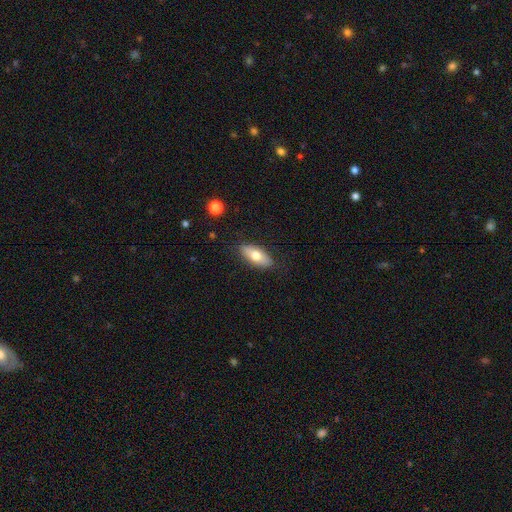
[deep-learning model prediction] A smooth galaxy with no disk features (68%) that is in between round and cigar-shaped (83%).

Vote fractions:
- Smooth or featured? smooth: 68% / featured or disk: 25% / star or artifact: 6%
- How rounded? in between: 83% / cigar-shaped: 14% / round: 3%
- Merging? none: 84% / minor disturbance: 12% / major disturbance: 3% / merger: 1%